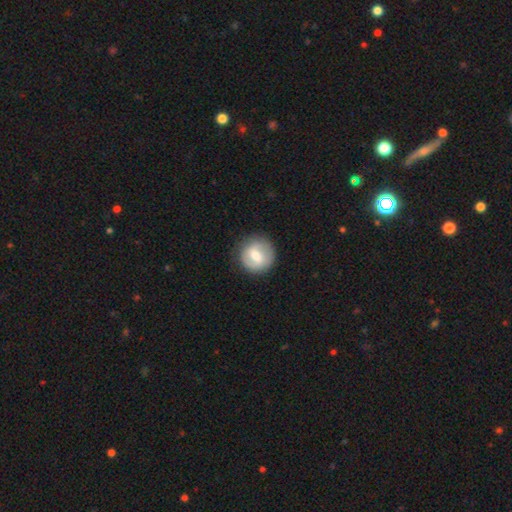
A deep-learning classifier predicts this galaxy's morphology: This is possibly a featured or disk galaxy (52%). It is clearly not viewed edge-on (97%). Bar: possibly weak (55%). Spiral arm pattern: likely yes (67%). Central bulge: likely moderate (64%). Merging: clearly none (86%).